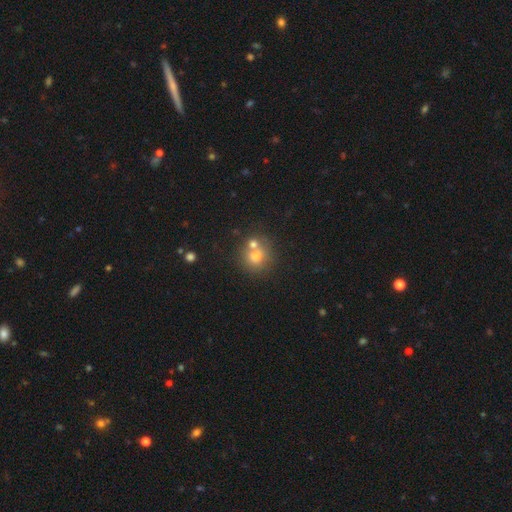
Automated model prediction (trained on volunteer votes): This is likely a smooth galaxy (72%). How rounded: clearly round (85%). Merging: possibly none (52%).